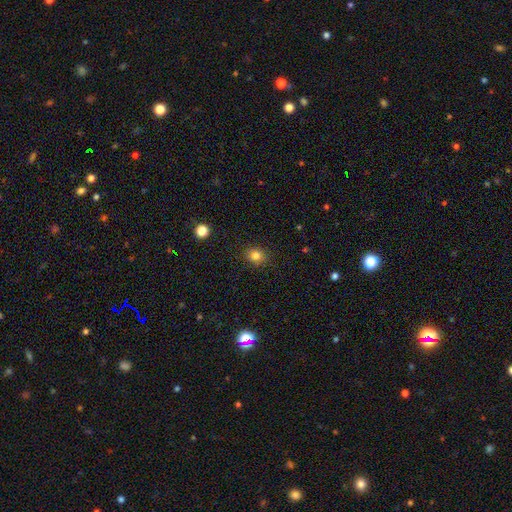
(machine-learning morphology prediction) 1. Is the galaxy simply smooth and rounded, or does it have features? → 82% smooth, 12% star or artifact, 6% featured or disk.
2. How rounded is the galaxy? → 68% round, 31% in between, 1% cigar-shaped.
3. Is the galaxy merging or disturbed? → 89% none, 8% minor disturbance, 2% major disturbance, 1% merger.